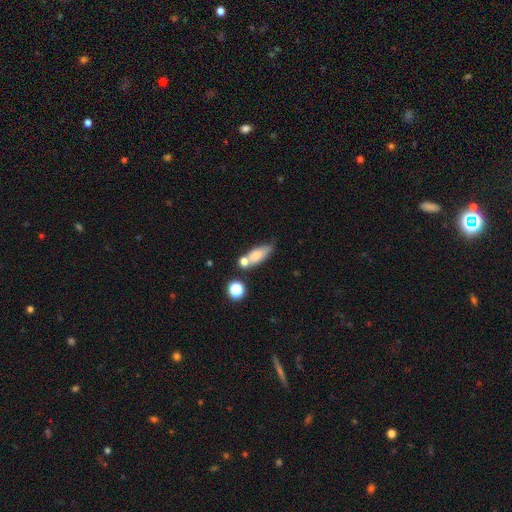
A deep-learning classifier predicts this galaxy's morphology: This appears to be a smooth galaxy with no disk features (70%) that is in between round and cigar-shaped (64%). Merging: none (46%).